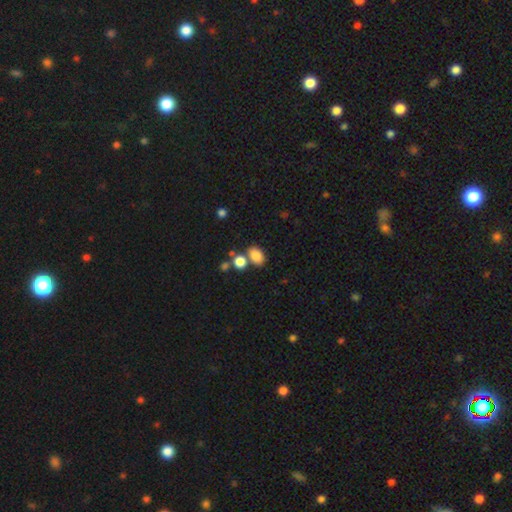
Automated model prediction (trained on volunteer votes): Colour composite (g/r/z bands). It shows a smooth galaxy with no disk features (83%) that is in between round and cigar-shaped (77%). Merging: none (61%).